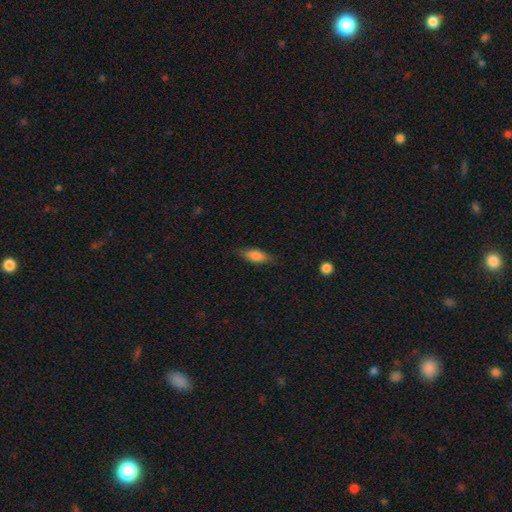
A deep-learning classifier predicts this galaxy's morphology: Smooth or featured? smooth (78%)
How rounded? in between (72%)
Merging? none (80%)